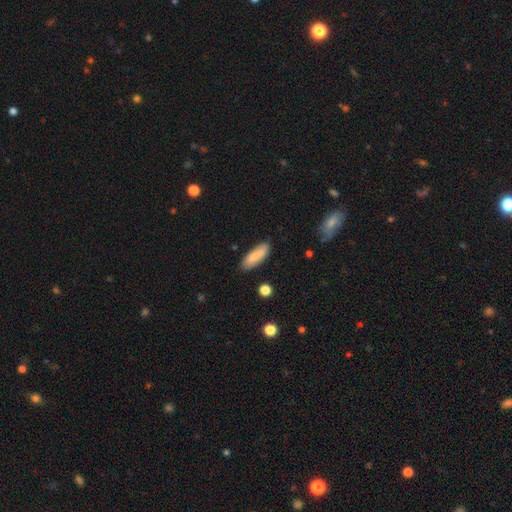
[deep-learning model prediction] Morphology: type=smooth (81%); roundness=in between (55%); merging=none (81%).